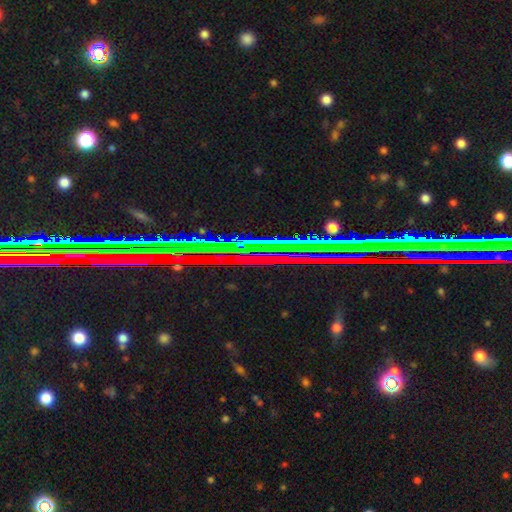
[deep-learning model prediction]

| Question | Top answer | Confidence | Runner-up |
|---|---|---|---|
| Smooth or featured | star or artifact | 76% | featured or disk (14%) |